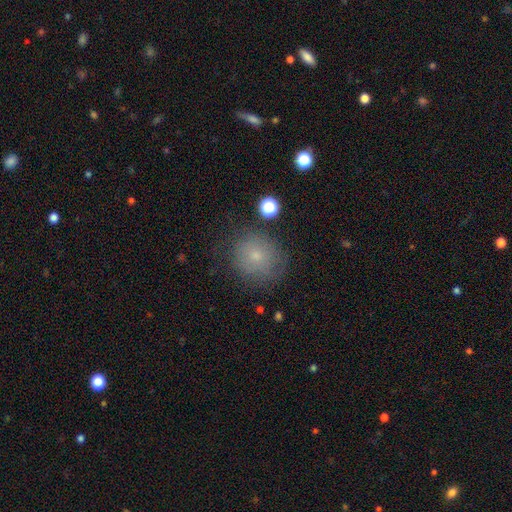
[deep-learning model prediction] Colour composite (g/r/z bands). It shows a smooth galaxy with no disk features (73%) that is round (82%). Merging: none (73%).